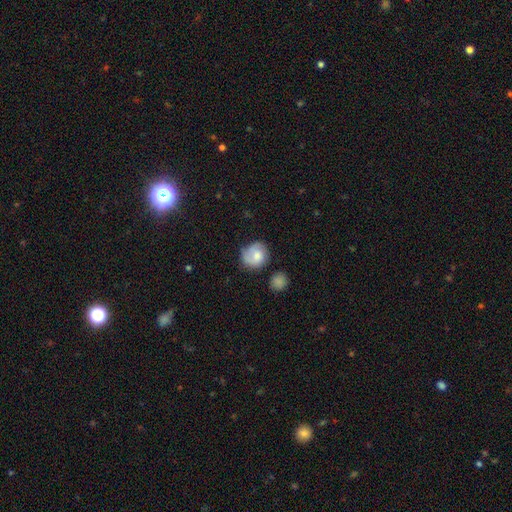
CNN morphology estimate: Q: Smooth or featured?
A: smooth (69%); runner-up: featured or disk (24%)
Q: How rounded?
A: round (75%); runner-up: in between (24%)
Q: Merging?
A: none (54%); runner-up: minor disturbance (30%)